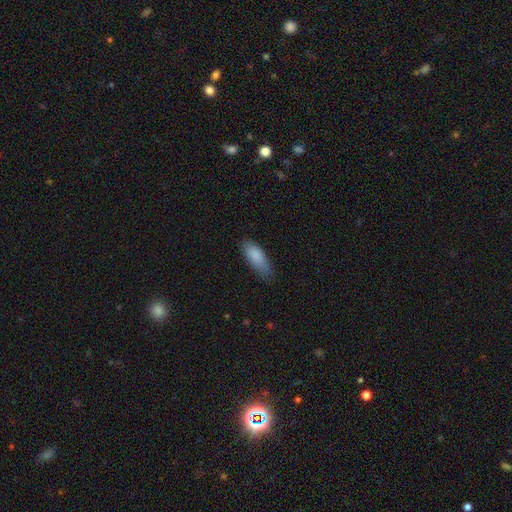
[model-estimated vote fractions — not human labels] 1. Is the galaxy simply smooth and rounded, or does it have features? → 87% smooth, 7% featured or disk, 6% star or artifact.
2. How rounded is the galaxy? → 73% in between, 25% cigar-shaped, 2% round.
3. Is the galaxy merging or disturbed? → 68% none, 25% minor disturbance, 5% major disturbance, 1% merger.